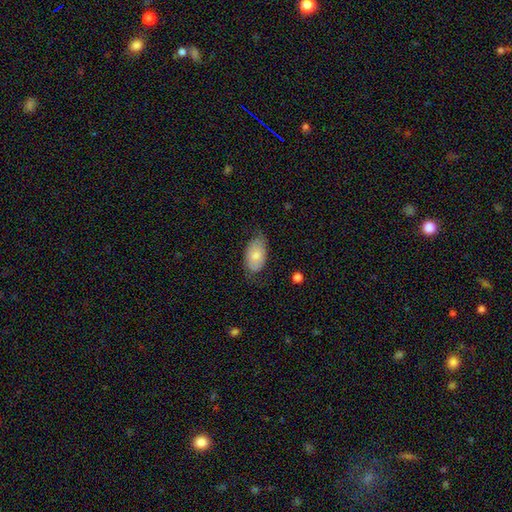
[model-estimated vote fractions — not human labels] The model was most divided on "merging": none: 61%, minor disturbance: 31%, major disturbance: 7%, merger: 1%. More confident: how rounded — in between (93%); smooth or featured — smooth (74%).